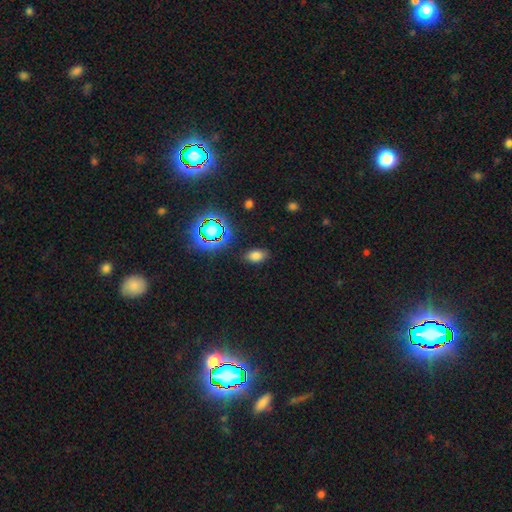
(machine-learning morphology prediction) type=smooth (72%); roundness=in between (88%); merging=none (84%).